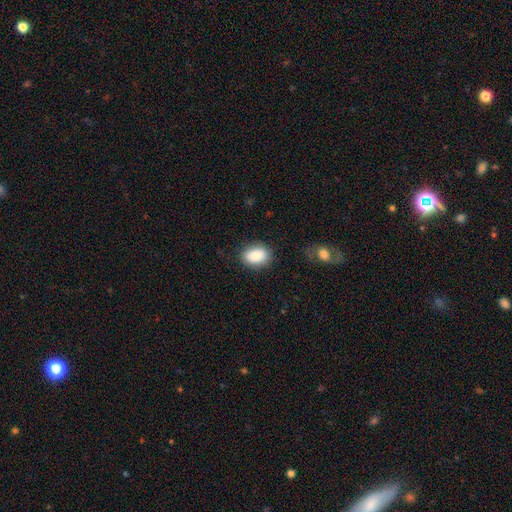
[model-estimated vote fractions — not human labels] Smooth or featured?
  - smooth: 83% *
  - featured or disk: 9%
  - star or artifact: 8%
How rounded?
  - in between: 75% *
  - round: 24%
  - cigar-shaped: 1%
Merging?
  - none: 84% *
  - minor disturbance: 11%
  - major disturbance: 3%
  - merger: 2%